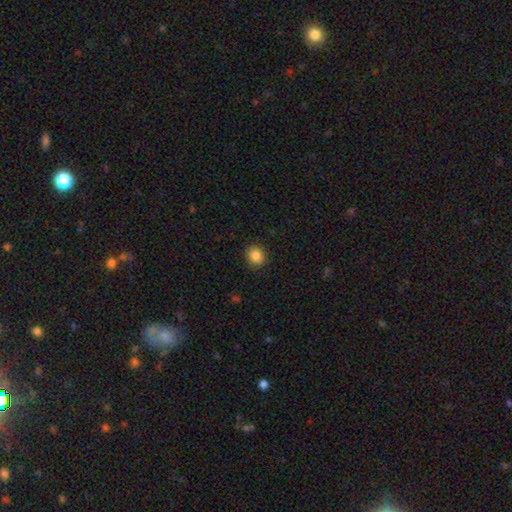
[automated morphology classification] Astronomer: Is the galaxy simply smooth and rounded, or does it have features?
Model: smooth — 86%.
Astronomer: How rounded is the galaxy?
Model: round — 78%.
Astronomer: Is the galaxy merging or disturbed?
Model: none — 89%.